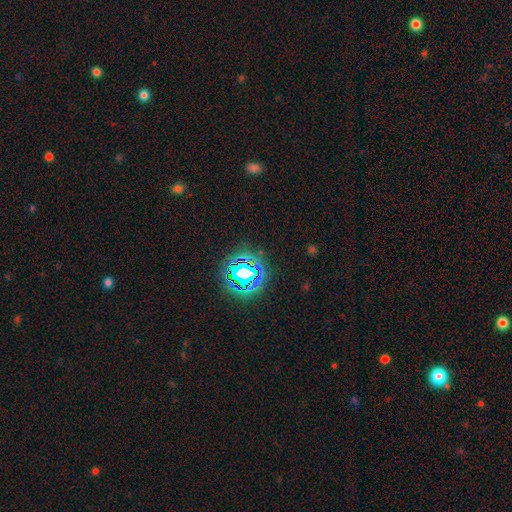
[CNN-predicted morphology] smooth_or_featured: star or artifact (p=0.78) [alt: smooth p=0.15]